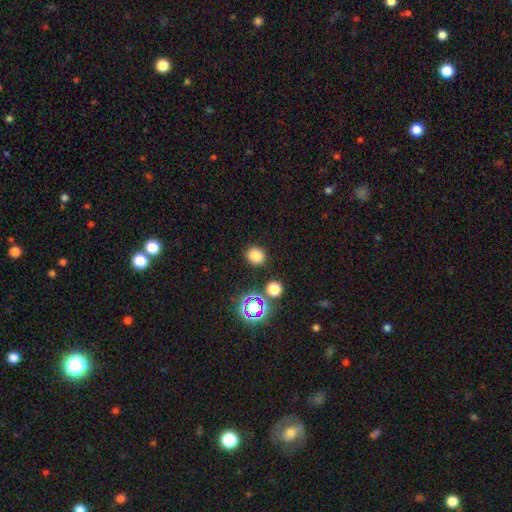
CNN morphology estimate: smooth_or_featured: smooth (p=0.78) [alt: star or artifact p=0.17]
how_rounded: round (p=0.75) [alt: in between p=0.24]
merging: none (p=0.87) [alt: minor disturbance p=0.07]